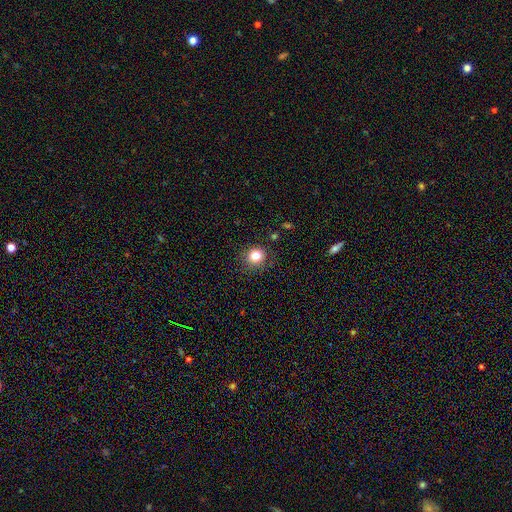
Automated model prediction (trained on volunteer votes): smooth 81%, star or artifact 12%, featured or disk 6%. Down the decision tree: how rounded — round (86%); merging — none (85%).